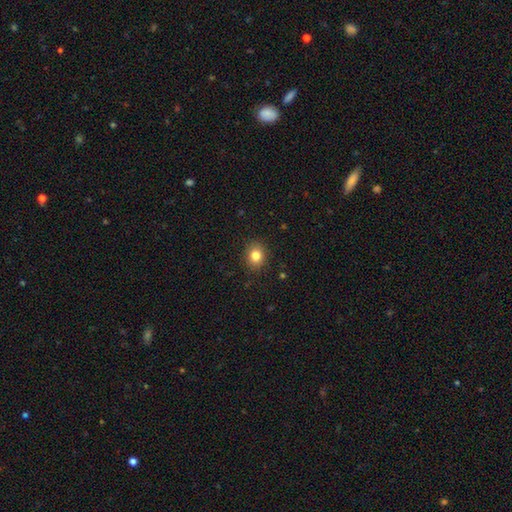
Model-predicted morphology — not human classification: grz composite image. It shows a smooth galaxy with no disk features (82%) that is round (65%). Merging: none (89%).